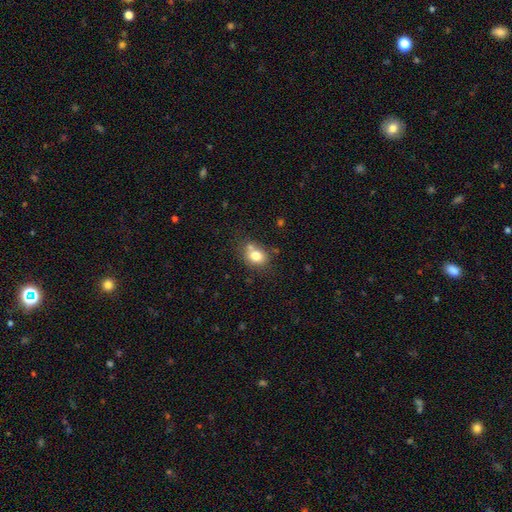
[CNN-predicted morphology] Q: Smooth or featured?
A: smooth (77%); runner-up: featured or disk (12%)
Q: How rounded?
A: round (56%); runner-up: in between (43%)
Q: Merging?
A: none (58%); runner-up: merger (19%)